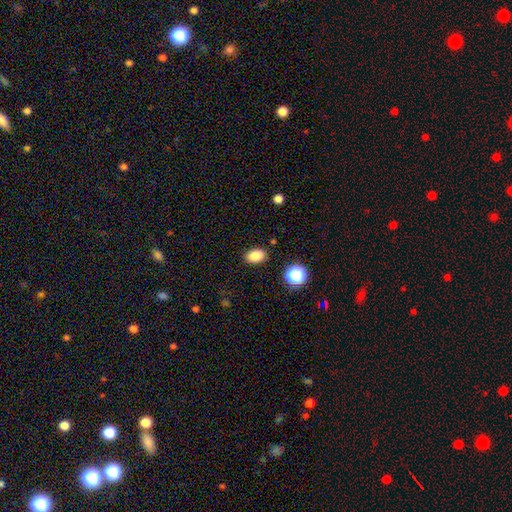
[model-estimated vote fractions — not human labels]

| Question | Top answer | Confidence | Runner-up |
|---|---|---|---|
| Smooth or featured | smooth | 84% | star or artifact (11%) |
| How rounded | in between | 85% | round (13%) |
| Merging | none | 87% | minor disturbance (9%) |